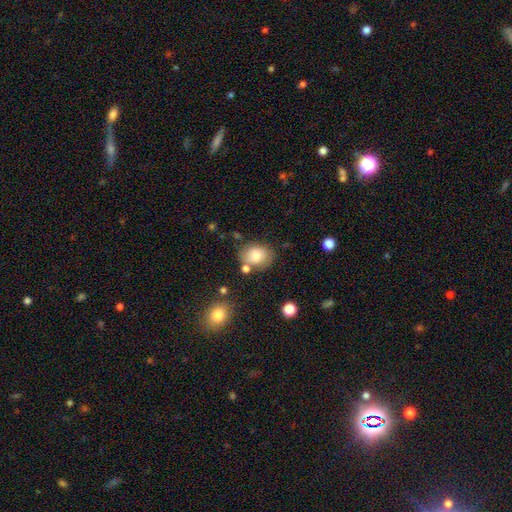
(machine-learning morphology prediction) Smooth or featured? Predicted: smooth (p=0.80). How rounded? Predicted: in between (p=0.55). Merging? Predicted: none (p=0.69).